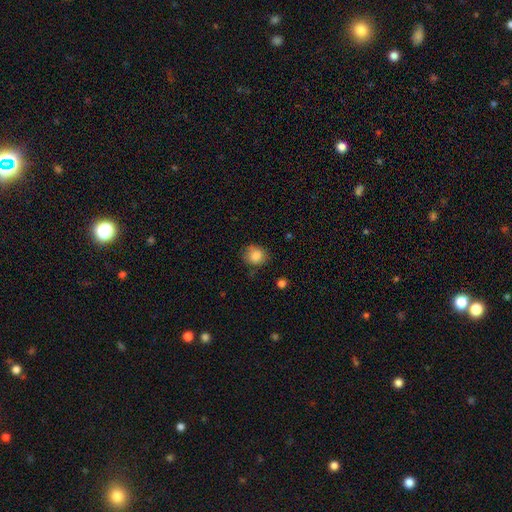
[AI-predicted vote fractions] smooth-or-featured: smooth: 84% | star or artifact: 9% | featured or disk: 7%
  how-rounded: round: 72% | in between: 27% | cigar-shaped: 1%
  merging: none: 75% | minor disturbance: 19% | major disturbance: 4% | merger: 2%